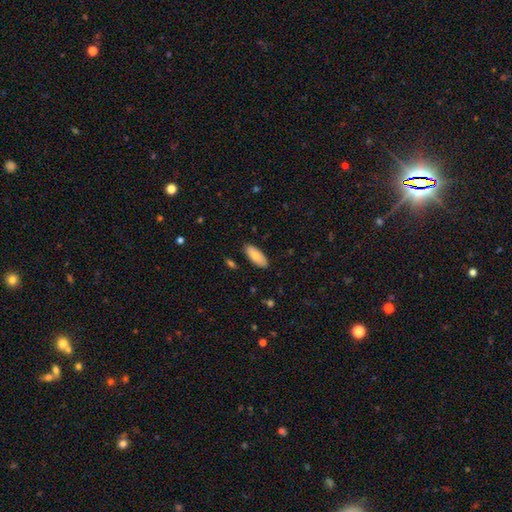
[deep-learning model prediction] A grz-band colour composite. It shows a smooth galaxy with no disk features (80%) that is in between round and cigar-shaped (81%). Merging: none (87%).